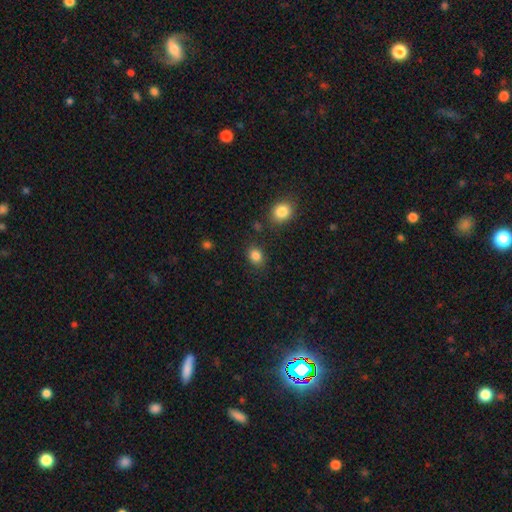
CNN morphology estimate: Smooth or featured: smooth — 85% (star or artifact — 10%)
How rounded: in between — 55% (round — 44%)
Merging: none — 82% (minor disturbance — 12%)